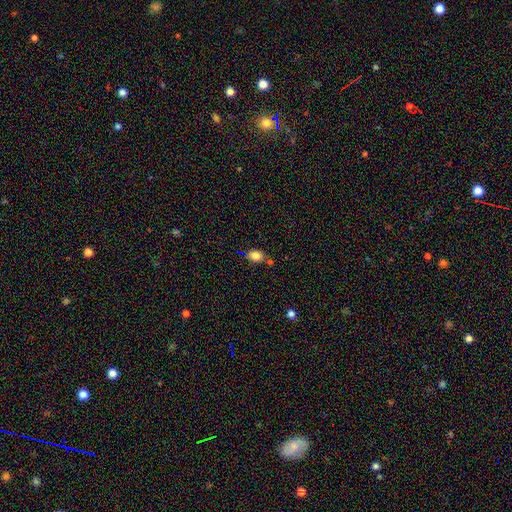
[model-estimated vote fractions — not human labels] Smooth or featured?
  - smooth: 83% *
  - star or artifact: 10%
  - featured or disk: 7%
How rounded?
  - in between: 60% *
  - round: 39%
  - cigar-shaped: 2%
Merging?
  - none: 68% *
  - minor disturbance: 17%
  - merger: 11%
  - major disturbance: 4%